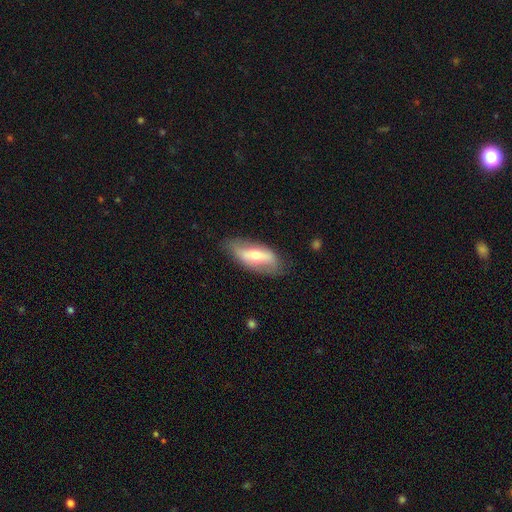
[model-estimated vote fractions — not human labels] A featured or disk galaxy (52%).

Vote fractions:
- Smooth or featured? featured or disk: 52% / smooth: 42% / star or artifact: 6%
- Edge-on disk? no: 74% / yes: 26%
- Merging? none: 72% / minor disturbance: 20% / major disturbance: 6% / merger: 2%